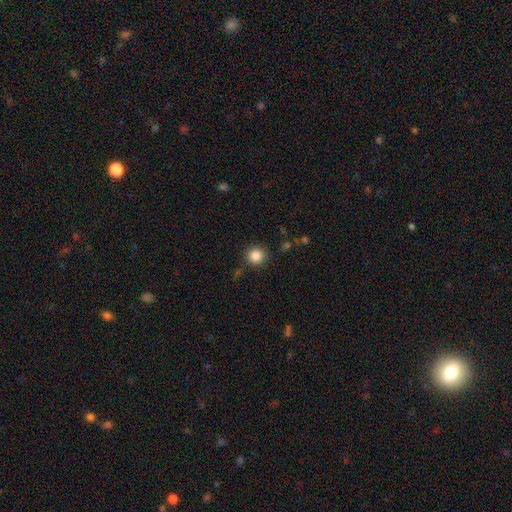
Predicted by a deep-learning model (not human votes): A smooth galaxy with no disk features (85%) that is round (93%).

Vote fractions:
- Smooth or featured? smooth: 85% / star or artifact: 11% / featured or disk: 4%
- How rounded? round: 93% / in between: 6% / cigar-shaped: 1%
- Merging? none: 88% / minor disturbance: 7% / major disturbance: 3% / merger: 2%